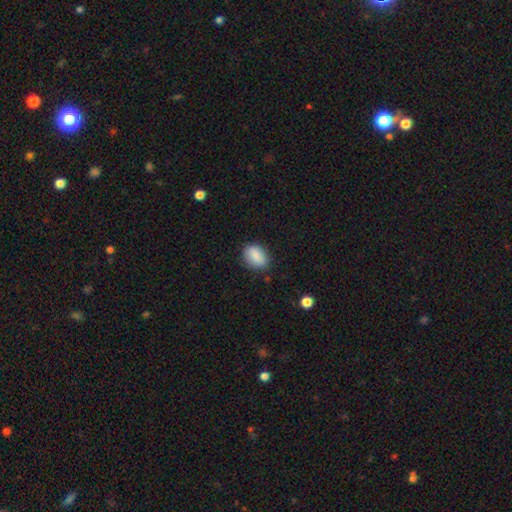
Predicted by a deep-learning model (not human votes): Overall: smooth (85%). How rounded: in between (78%). Merging: none (80%).